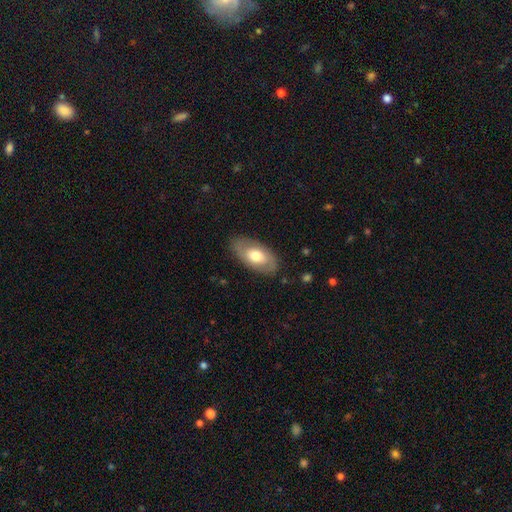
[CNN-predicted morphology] Smooth or featured?
  - smooth: 58% *
  - featured or disk: 36%
  - star or artifact: 5%
How rounded?
  - in between: 93% *
  - round: 4%
  - cigar-shaped: 3%
Merging?
  - none: 82% *
  - minor disturbance: 13%
  - major disturbance: 4%
  - merger: 1%